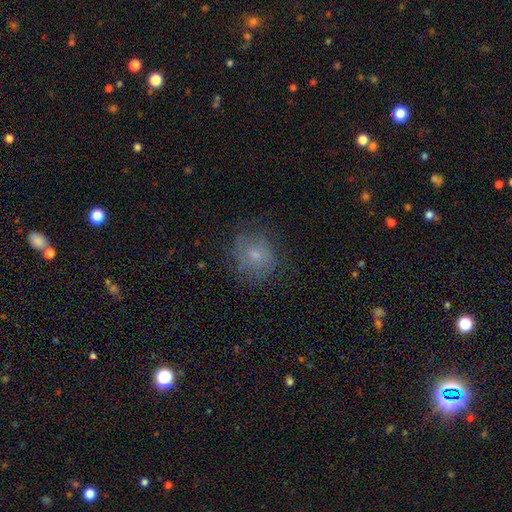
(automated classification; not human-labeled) Smooth or featured: smooth — 62% (featured or disk — 27%)
How rounded: round — 74% (in between — 25%)
Merging: none — 67% (minor disturbance — 20%)